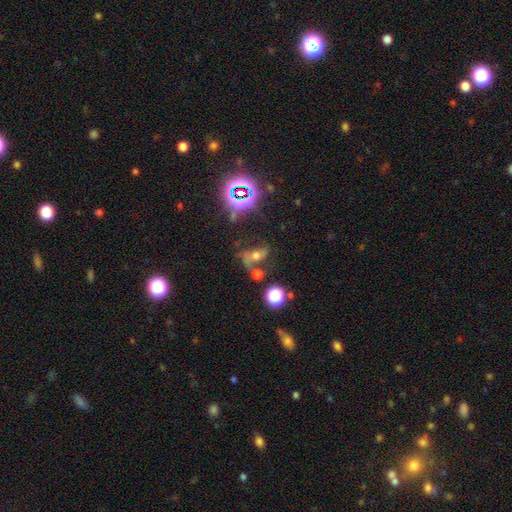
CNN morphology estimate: The model was most divided on "smooth or featured": featured or disk: 41%, smooth: 30%, star or artifact: 29%. Remaining: merging — none (38%).